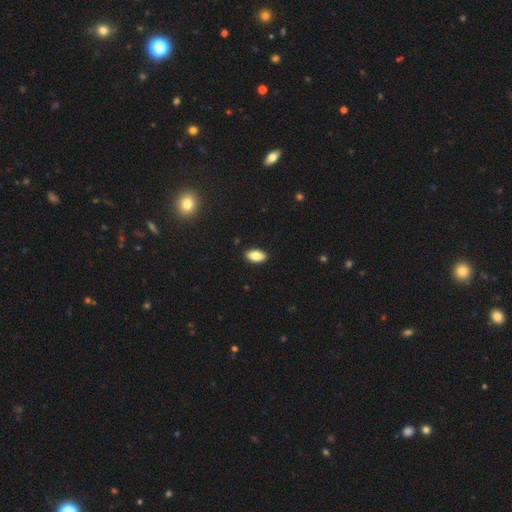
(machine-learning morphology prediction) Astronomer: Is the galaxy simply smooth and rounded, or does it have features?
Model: smooth — 83%.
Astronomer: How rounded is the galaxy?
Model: in between — 92%.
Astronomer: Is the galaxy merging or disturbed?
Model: none — 90%.